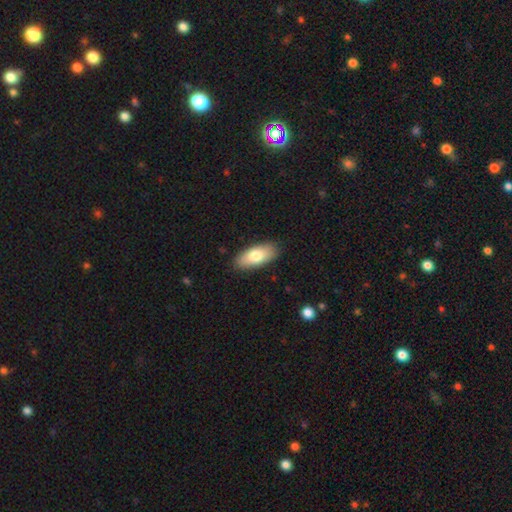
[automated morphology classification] Q: Smooth or featured?
A: smooth (76%); runner-up: featured or disk (18%)
Q: How rounded?
A: in between (85%); runner-up: cigar-shaped (12%)
Q: Merging?
A: none (88%); runner-up: minor disturbance (9%)